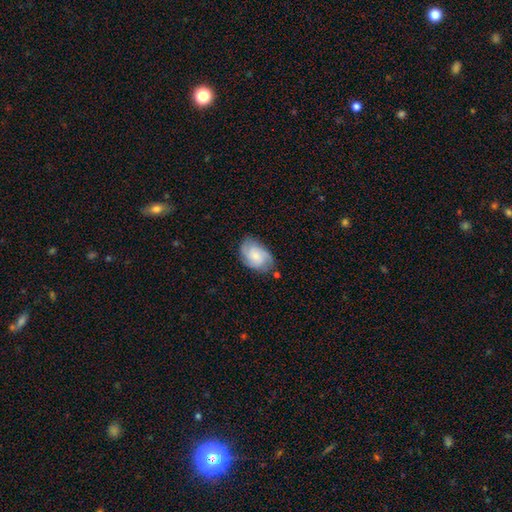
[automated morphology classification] This appears to be a featured or disk galaxy (50%). Merging: none (68%).